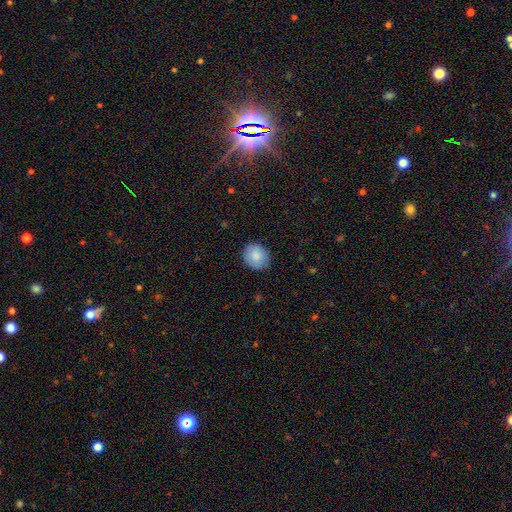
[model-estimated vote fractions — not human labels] A smooth galaxy with no disk features (87%) that is round (68%). Merging: none (86%).